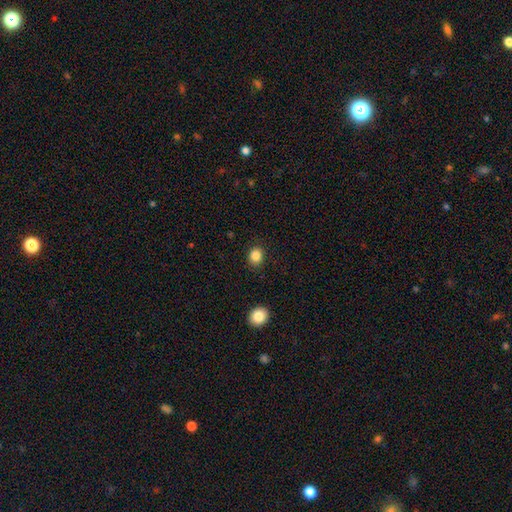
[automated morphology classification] The model was most divided on "how rounded": round: 71%, in between: 29%, cigar-shaped: 1%. More confident: merging — none (88%); smooth or featured — smooth (85%).